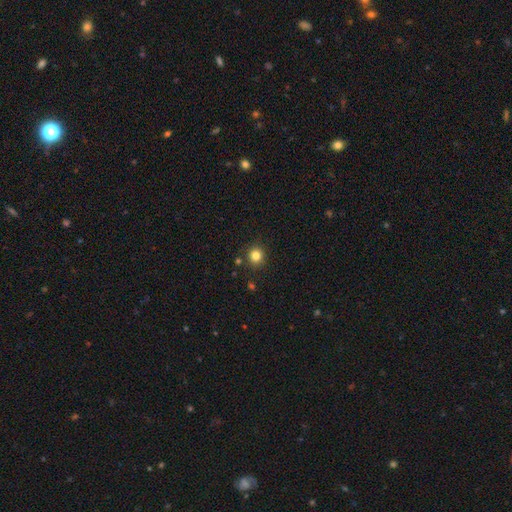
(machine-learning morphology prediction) smooth_or_featured: smooth (p=0.82) [alt: star or artifact p=0.13]
how_rounded: round (p=0.91) [alt: in between p=0.08]
merging: none (p=0.89) [alt: minor disturbance p=0.07]